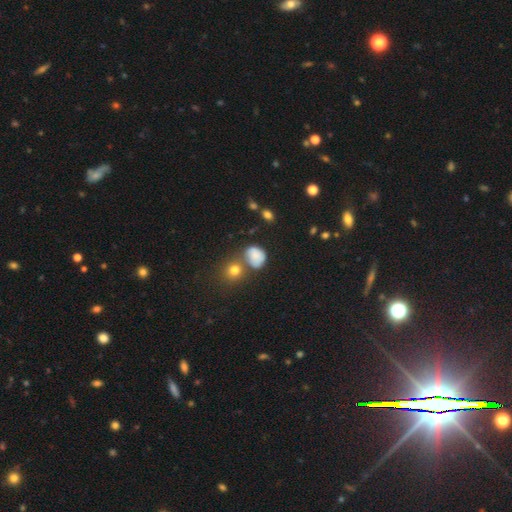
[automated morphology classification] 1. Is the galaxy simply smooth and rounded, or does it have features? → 75% smooth, 12% featured or disk, 12% star or artifact.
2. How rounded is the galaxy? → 50% in between, 49% round, 1% cigar-shaped.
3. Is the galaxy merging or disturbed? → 45% none, 25% minor disturbance, 19% merger, 11% major disturbance.